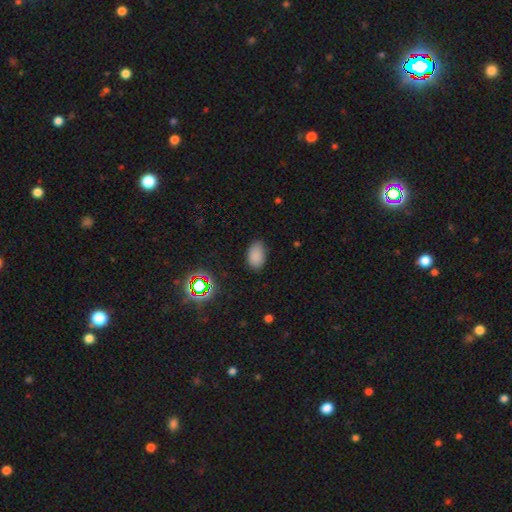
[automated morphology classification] This is clearly a smooth galaxy (82%). How rounded: clearly in between (91%). Merging: likely none (79%).